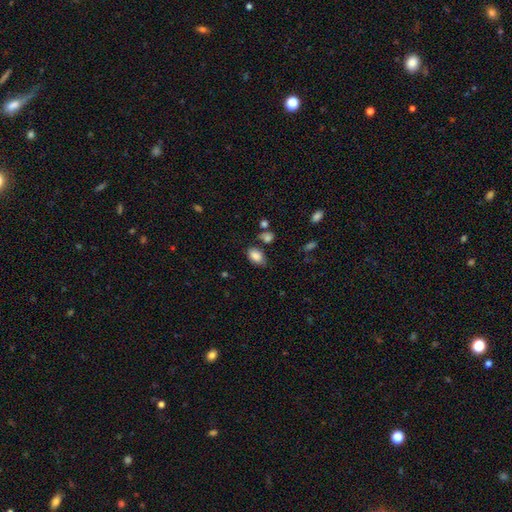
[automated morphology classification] Smooth or featured? smooth (85%)
How rounded? in between (90%)
Merging? none (67%)